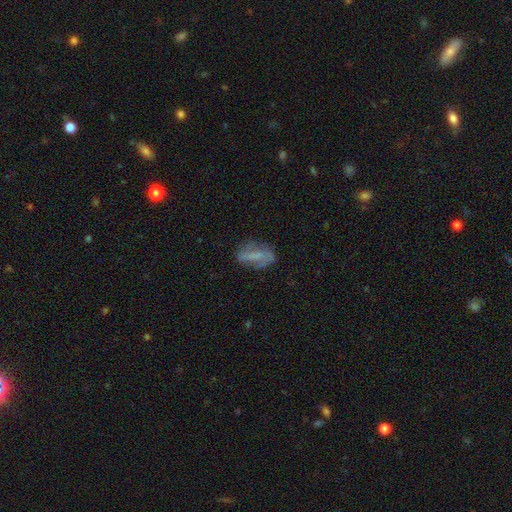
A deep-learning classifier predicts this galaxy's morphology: Smooth or featured? Predicted: featured or disk (p=0.46). Merging? Predicted: none (p=0.63).